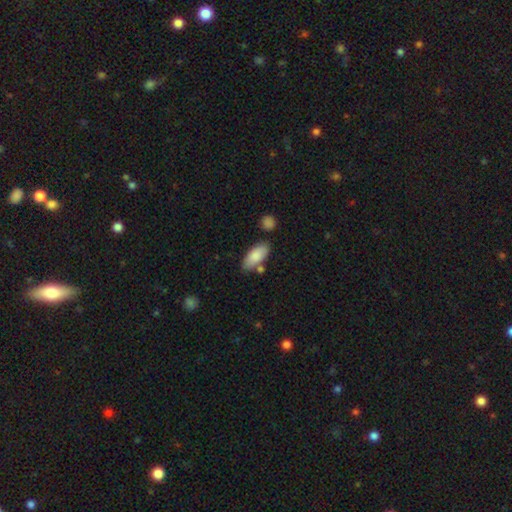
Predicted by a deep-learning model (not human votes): Morphology: type=smooth (85%); roundness=in between (86%); merging=none (73%).